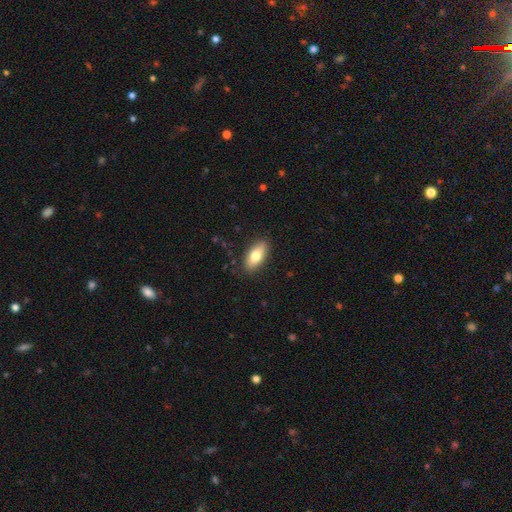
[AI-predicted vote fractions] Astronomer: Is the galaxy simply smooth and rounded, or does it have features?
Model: smooth — 75%.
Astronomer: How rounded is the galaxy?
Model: in between — 84%.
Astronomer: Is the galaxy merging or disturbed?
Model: none — 87%.